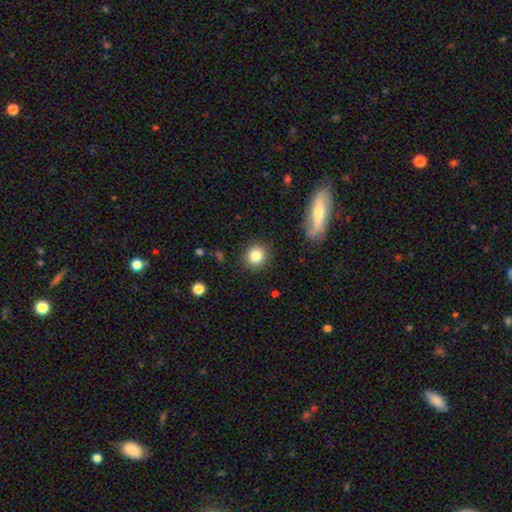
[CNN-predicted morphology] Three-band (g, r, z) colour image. It shows a smooth galaxy with no disk features (83%) that is round (89%). Merging: none (89%).